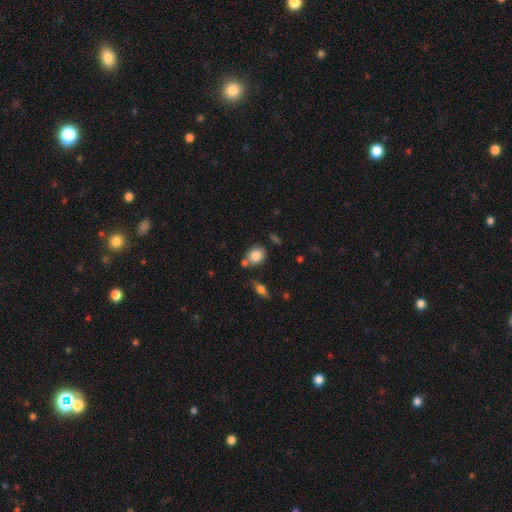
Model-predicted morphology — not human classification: type=smooth (83%); roundness=round (65%); merging=none (67%).